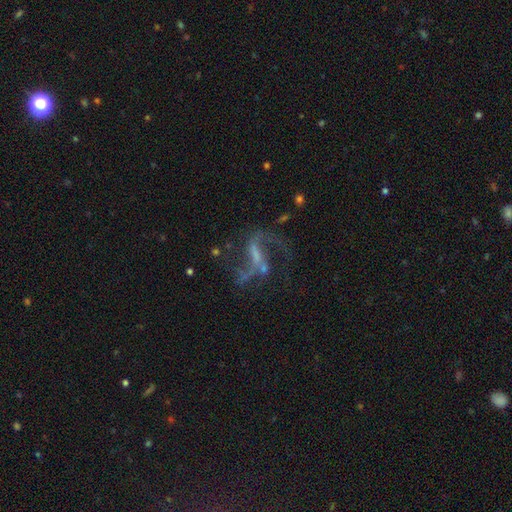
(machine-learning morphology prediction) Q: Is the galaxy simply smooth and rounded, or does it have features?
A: featured or disk — 81%.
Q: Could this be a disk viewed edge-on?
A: no — 95%.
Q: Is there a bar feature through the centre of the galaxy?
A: strong — 40%, tied with weak.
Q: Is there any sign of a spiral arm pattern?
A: yes — 89%.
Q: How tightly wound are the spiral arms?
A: loose — 77%.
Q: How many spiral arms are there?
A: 2 — 83%.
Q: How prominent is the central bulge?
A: none — 44%.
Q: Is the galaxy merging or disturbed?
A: none — 54%.